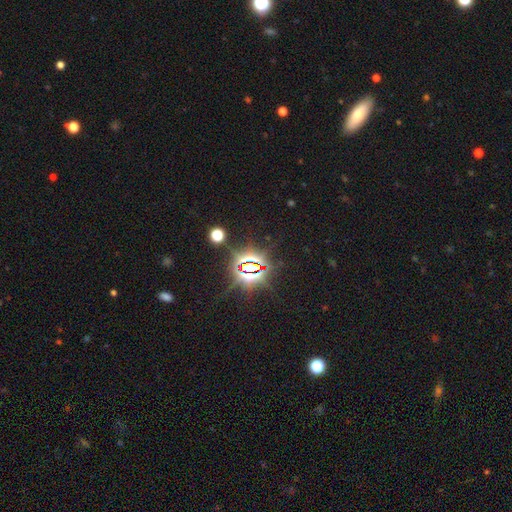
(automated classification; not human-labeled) smooth-or-featured: star or artifact: 83% | smooth: 9% | featured or disk: 8%